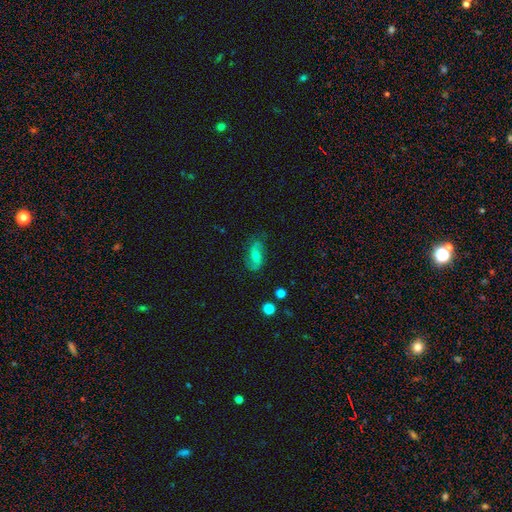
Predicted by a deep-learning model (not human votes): smooth_or_featured: featured or disk (p=0.48) [alt: smooth p=0.43]
merging: none (p=0.67) [alt: minor disturbance p=0.22]